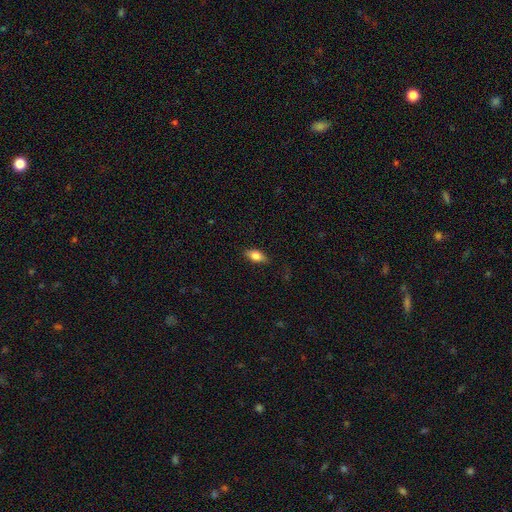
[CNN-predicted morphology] Smooth or featured? Predicted: smooth (p=0.79). How rounded? Predicted: in between (p=0.85). Merging? Predicted: none (p=0.85).